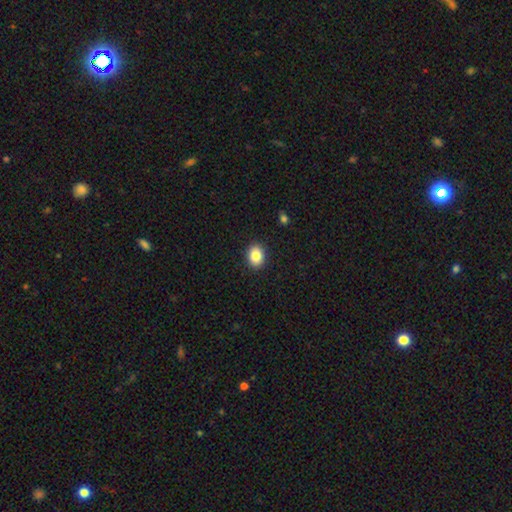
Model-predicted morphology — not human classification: smooth 84%, star or artifact 9%, featured or disk 7%. Down the decision tree: how rounded — in between (59%); merging — none (91%).